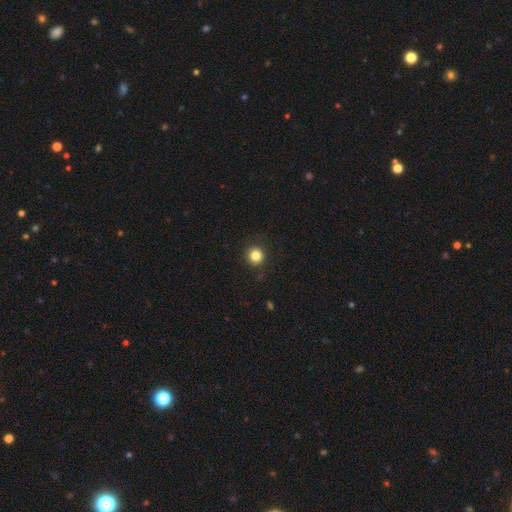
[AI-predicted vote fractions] A smooth galaxy with no disk features (83%) that is round (94%). Merging: none (89%).